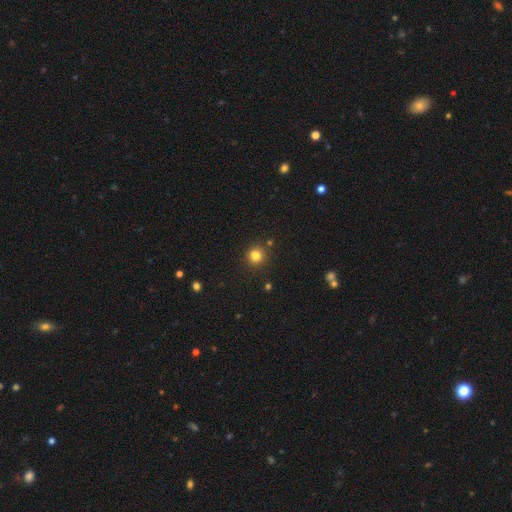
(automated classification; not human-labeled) The model was most divided on "smooth or featured": smooth: 81%, star or artifact: 14%, featured or disk: 5%. More confident: how rounded — round (90%); merging — none (86%).